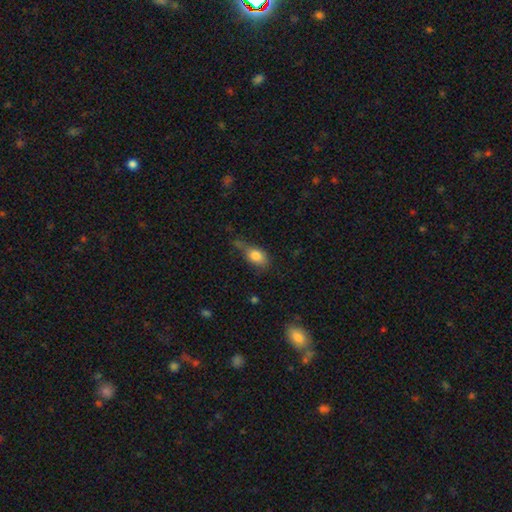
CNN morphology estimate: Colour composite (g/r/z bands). It shows a smooth galaxy with no disk features (81%) that is in between round and cigar-shaped (80%). Merging: none (44%).